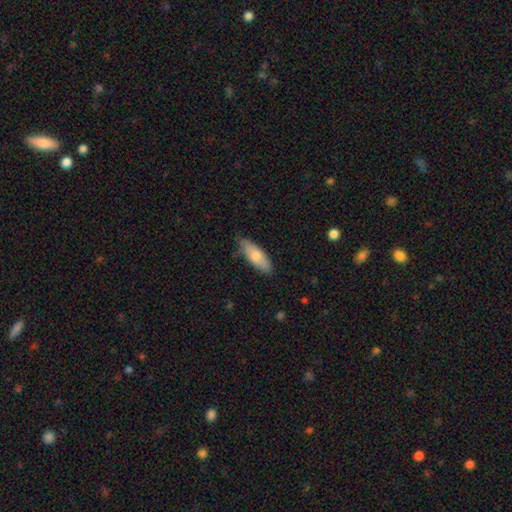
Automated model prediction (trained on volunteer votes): Smooth or featured? smooth (73%)
How rounded? in between (60%)
Merging? none (80%)